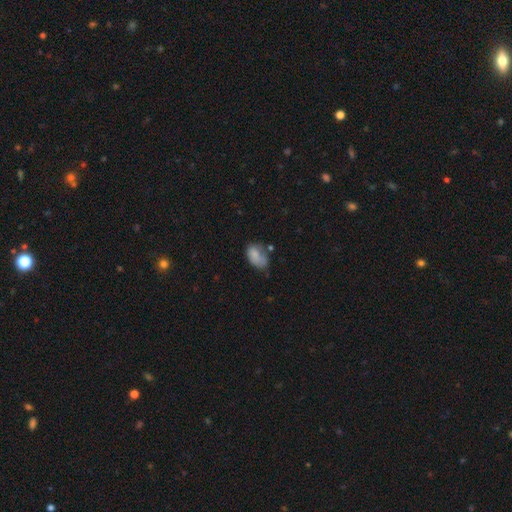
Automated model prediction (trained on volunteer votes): smooth_or_featured: smooth (p=0.78) [alt: featured or disk p=0.13]
how_rounded: in between (p=0.88) [alt: round p=0.11]
merging: none (p=0.42) [alt: minor disturbance p=0.33]